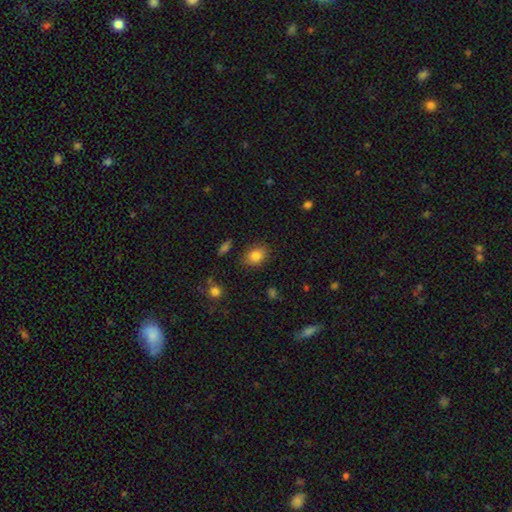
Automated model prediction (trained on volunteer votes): Smooth or featured? Predicted: smooth (p=0.83). How rounded? Predicted: in between (p=0.69). Merging? Predicted: none (p=0.82).